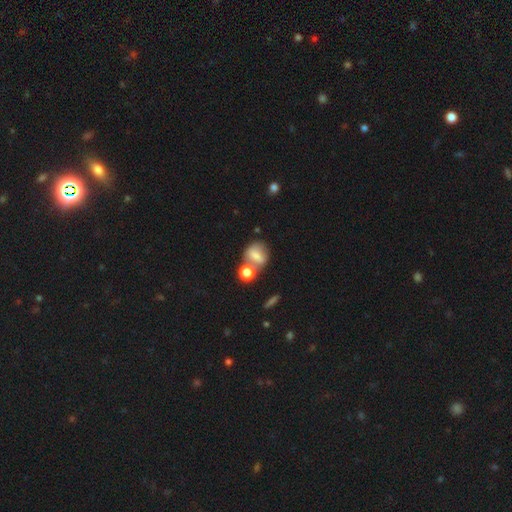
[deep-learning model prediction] smooth 63%, featured or disk 25%, star or artifact 11%. Down the decision tree: how rounded — round (58%); merging — none (44%).